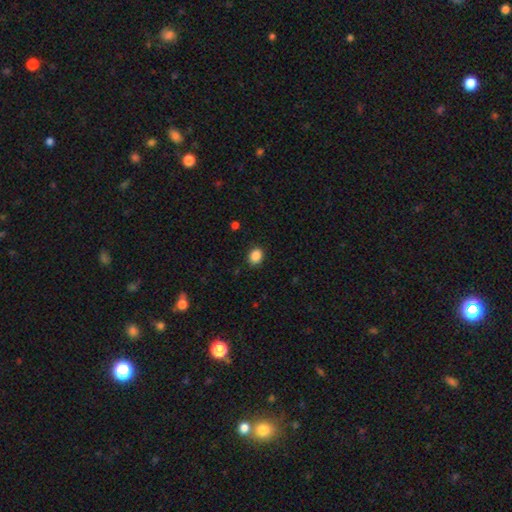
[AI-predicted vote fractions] Q: Smooth or featured?
A: smooth (88%); runner-up: star or artifact (9%)
Q: How rounded?
A: round (50%); runner-up: in between (49%)
Q: Merging?
A: none (88%); runner-up: minor disturbance (9%)